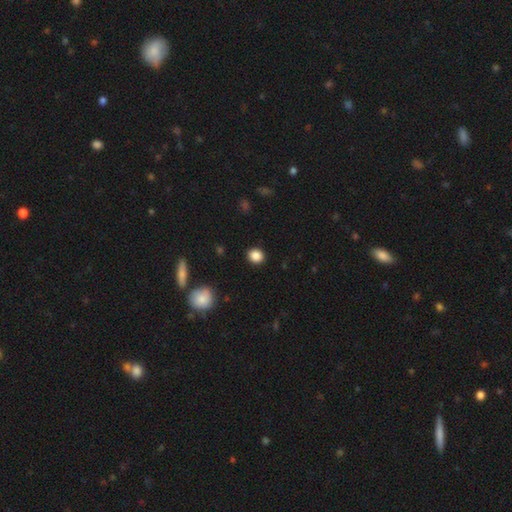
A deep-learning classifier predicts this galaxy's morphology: A smooth galaxy with no disk features (87%) that is round (76%). Merging: none (90%).